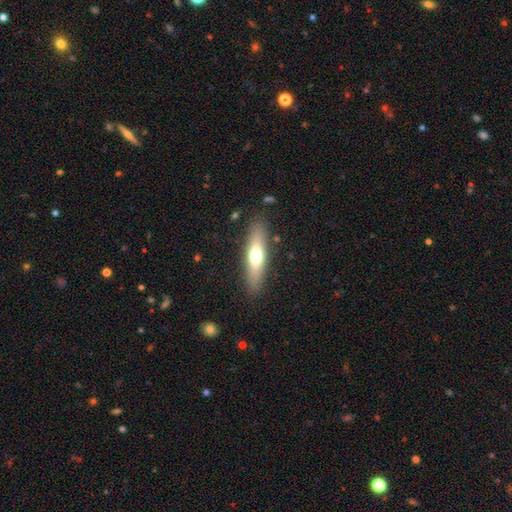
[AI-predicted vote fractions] Smooth or featured? Predicted: smooth (p=0.57). How rounded? Predicted: cigar-shaped (p=0.71). Merging? Predicted: none (p=0.87).